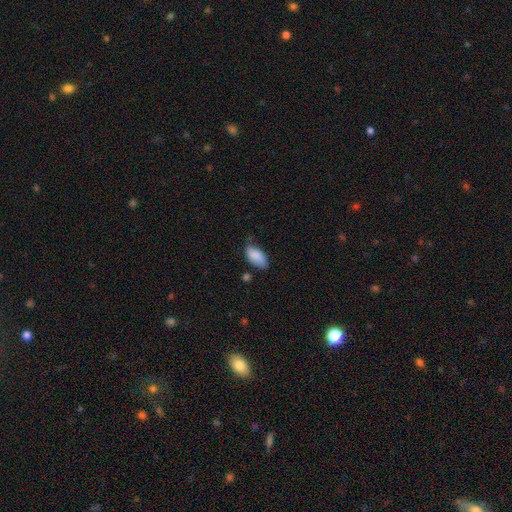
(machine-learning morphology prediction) The model was most divided on "merging": none: 68%, minor disturbance: 25%, major disturbance: 4%, merger: 3%. More confident: how rounded — in between (93%); smooth or featured — smooth (88%).